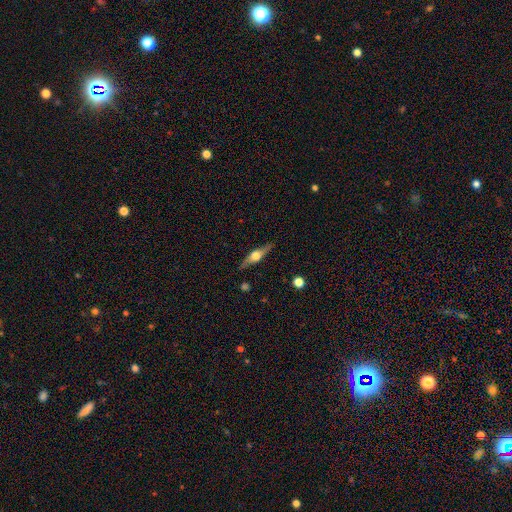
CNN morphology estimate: This appears to be a featured or disk galaxy (70%) viewed edge-on (95%) with a rounded central bulge (94%). Merging: none (86%).